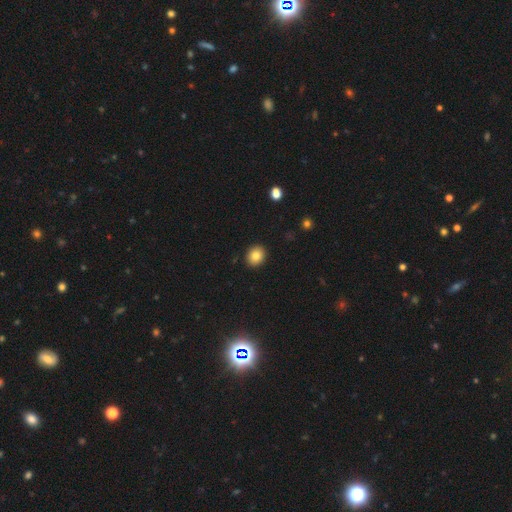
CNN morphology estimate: This is clearly a smooth galaxy (83%). How rounded: likely round (71%). Merging: clearly none (91%).